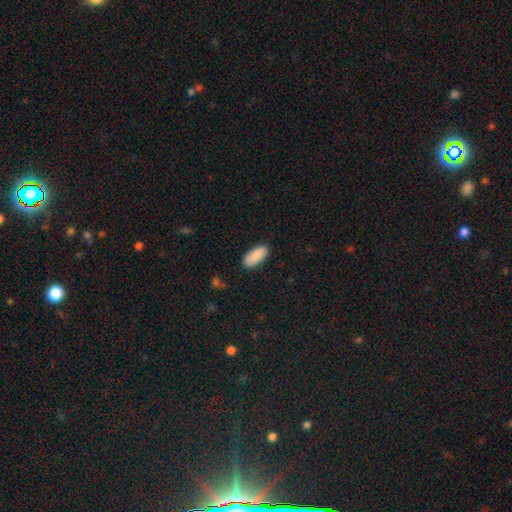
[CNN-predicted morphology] Smooth or featured: smooth — 87% (featured or disk — 8%)
How rounded: in between — 89% (cigar-shaped — 9%)
Merging: none — 86% (minor disturbance — 11%)